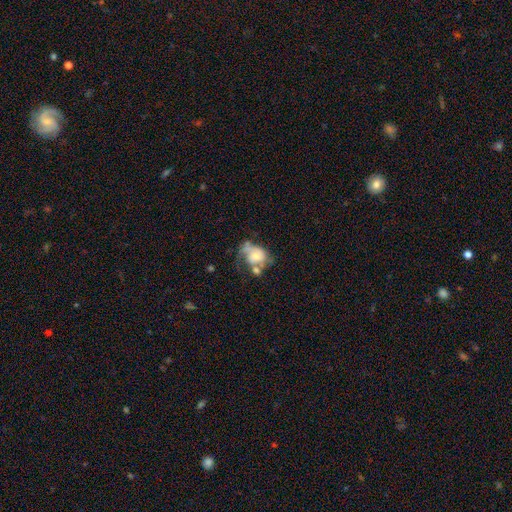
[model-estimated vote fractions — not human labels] The model was most divided on "merging": major disturbance: 31%, merger: 27%, none: 22%, minor disturbance: 20%. More confident: edge-on disk — no (97%); smooth or featured — featured or disk (51%).